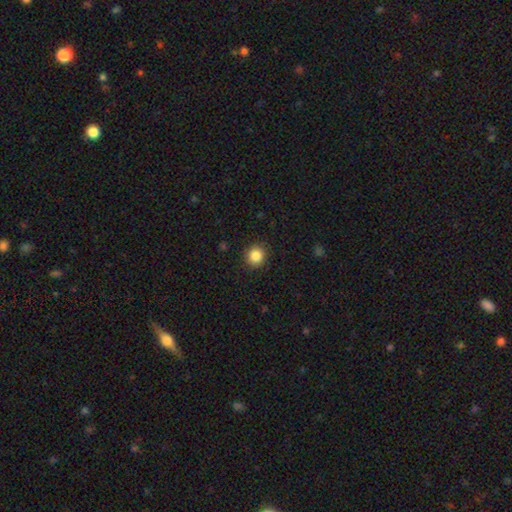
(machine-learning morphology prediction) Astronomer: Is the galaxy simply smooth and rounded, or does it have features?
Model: smooth — 86%.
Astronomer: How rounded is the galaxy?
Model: round — 88%.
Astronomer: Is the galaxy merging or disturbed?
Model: none — 89%.